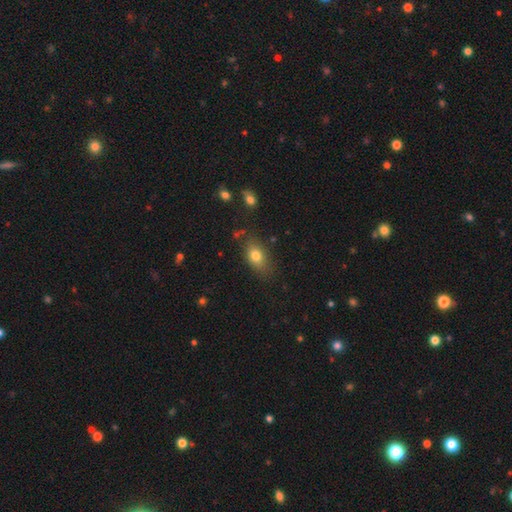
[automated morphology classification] Smooth or featured: smooth — 79% (featured or disk — 12%)
How rounded: in between — 82% (round — 15%)
Merging: none — 76% (minor disturbance — 17%)